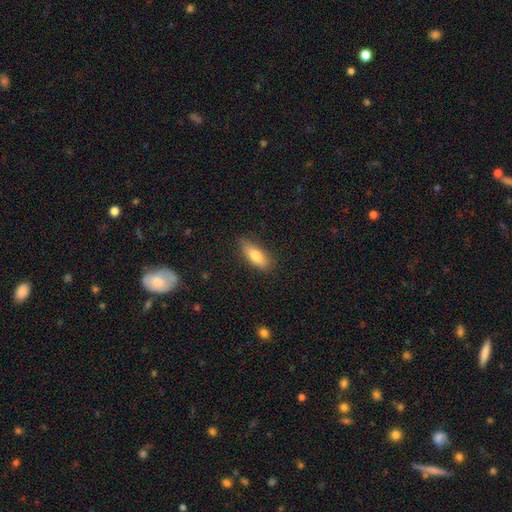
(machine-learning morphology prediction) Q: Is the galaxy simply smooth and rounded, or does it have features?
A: smooth — 78%.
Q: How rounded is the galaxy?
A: in between — 68%.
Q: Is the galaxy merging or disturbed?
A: none — 79%.